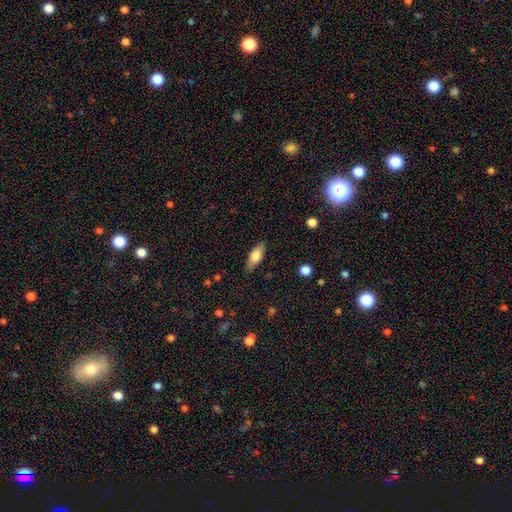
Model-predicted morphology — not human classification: smooth-or-featured: smooth: 70% | featured or disk: 24% | star or artifact: 6%
  how-rounded: in between: 73% | cigar-shaped: 24% | round: 3%
  merging: none: 85% | minor disturbance: 11% | major disturbance: 3% | merger: 1%